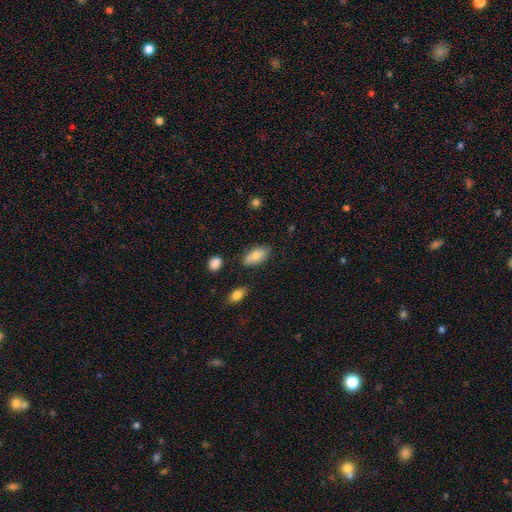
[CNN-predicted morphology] A smooth galaxy with no disk features (78%) that is in between round and cigar-shaped (89%). Merging: none (74%).